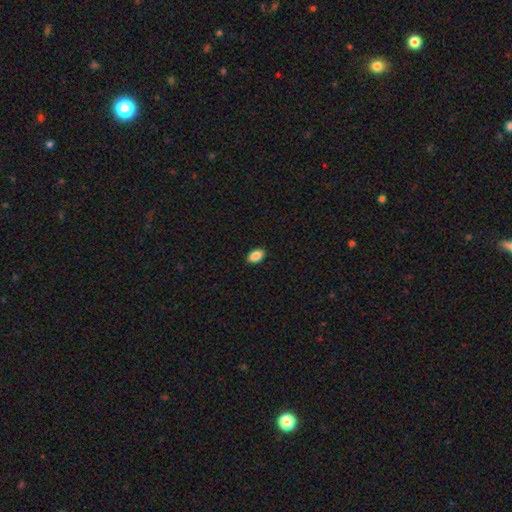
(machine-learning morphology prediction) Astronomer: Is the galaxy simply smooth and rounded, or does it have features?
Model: smooth — 88%.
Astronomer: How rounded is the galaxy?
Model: in between — 90%.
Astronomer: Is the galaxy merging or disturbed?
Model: none — 90%.